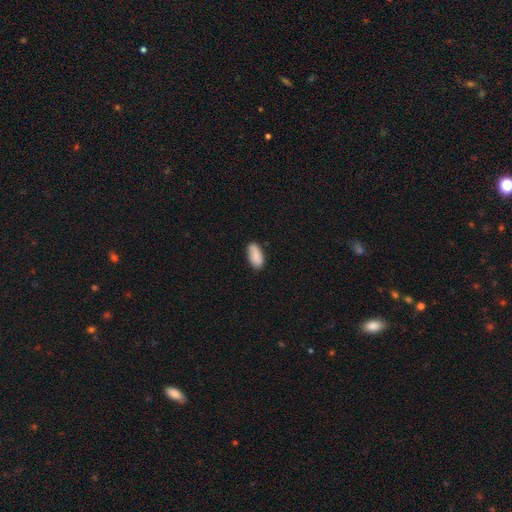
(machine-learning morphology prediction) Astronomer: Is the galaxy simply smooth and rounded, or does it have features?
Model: smooth — 85%.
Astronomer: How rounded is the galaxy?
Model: in between — 91%.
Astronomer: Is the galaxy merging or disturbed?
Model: none — 80%.